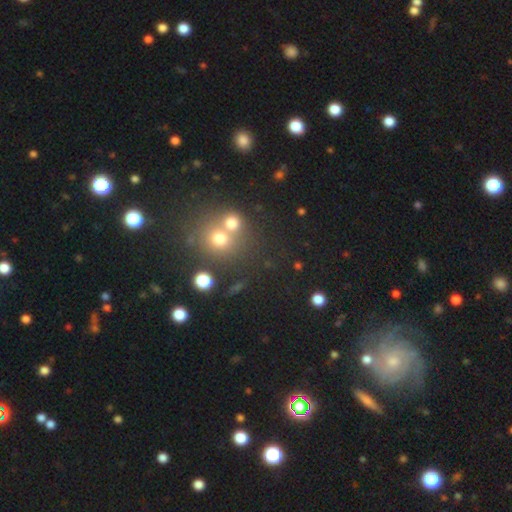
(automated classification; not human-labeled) Smooth or featured? Predicted: smooth (p=0.46). Merging? Predicted: none (p=0.60).